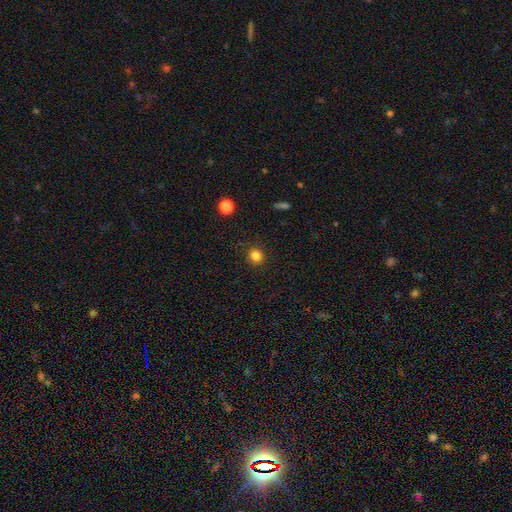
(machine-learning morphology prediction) This appears to be a smooth galaxy with no disk features (84%) that is round (86%). Merging: none (88%).